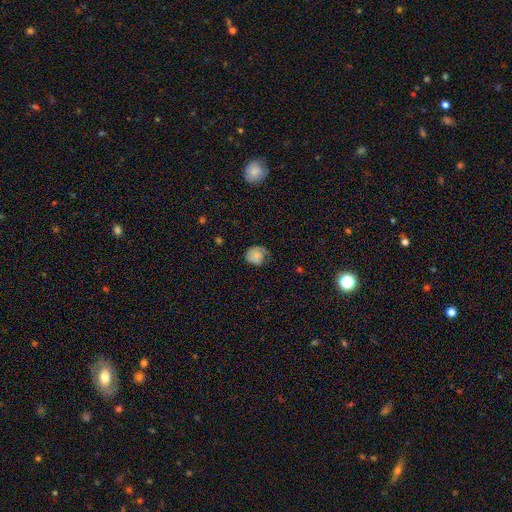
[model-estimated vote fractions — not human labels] smooth-or-featured: smooth: 66% | featured or disk: 25% | star or artifact: 9%
  how-rounded: round: 70% | in between: 29% | cigar-shaped: 1%
  merging: none: 55% | minor disturbance: 32% | major disturbance: 12% | merger: 2%